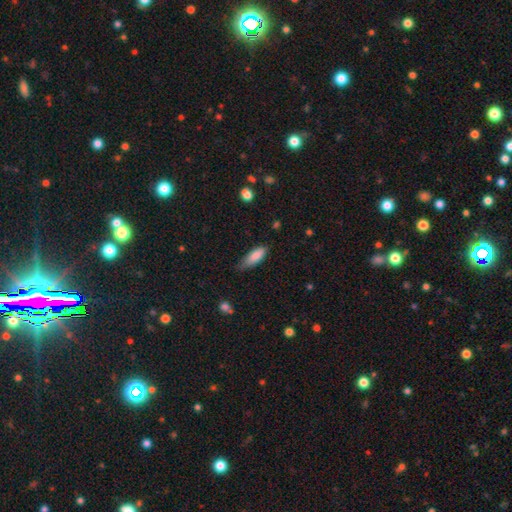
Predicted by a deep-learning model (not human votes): Smooth or featured?
  - smooth: 84% *
  - featured or disk: 10%
  - star or artifact: 6%
How rounded?
  - in between: 62% *
  - cigar-shaped: 36%
  - round: 2%
Merging?
  - none: 56% *
  - minor disturbance: 35%
  - major disturbance: 7%
  - merger: 2%